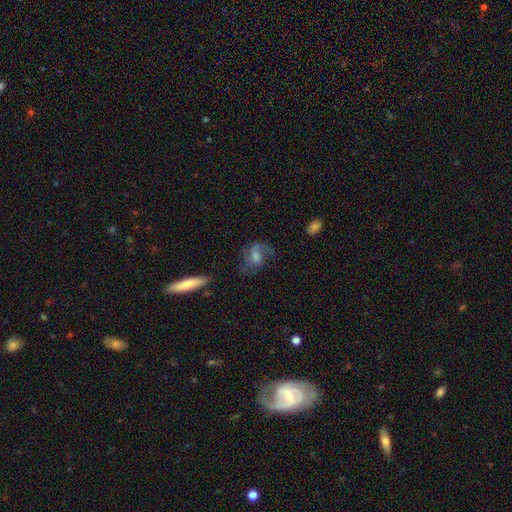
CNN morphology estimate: smooth_or_featured: featured or disk (p=0.57) [alt: smooth p=0.33]
disk_edge_on: no (p=0.95) [alt: yes p=0.05]
bar: no (p=0.45) [alt: weak p=0.43]
has_spiral_arms: yes (p=0.82) [alt: no p=0.18]
bulge_size: moderate (p=0.48) [alt: small p=0.24]
merging: none (p=0.53) [alt: minor disturbance p=0.22]